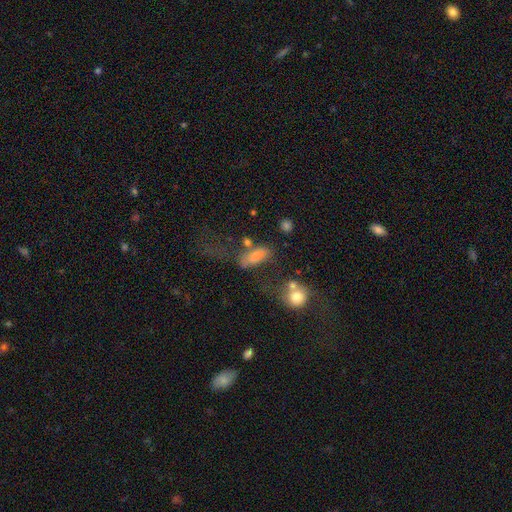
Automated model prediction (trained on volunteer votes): Q: Smooth or featured?
A: smooth (71%); runner-up: featured or disk (18%)
Q: How rounded?
A: in between (77%); runner-up: cigar-shaped (16%)
Q: Merging?
A: none (39%); runner-up: minor disturbance (21%)